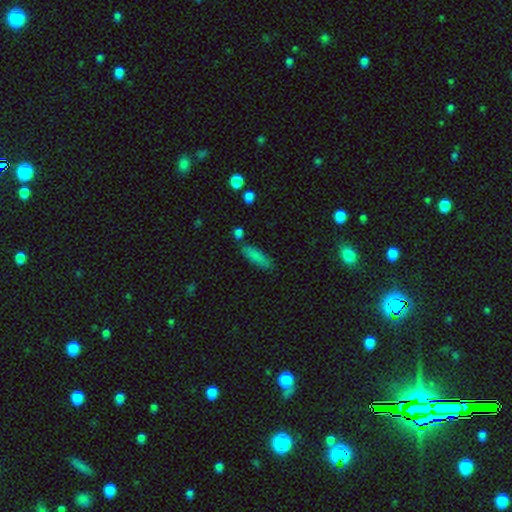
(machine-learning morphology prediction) This appears to be a smooth galaxy with no disk features (81%) that is cigar-shaped (55%). Merging: none (75%).